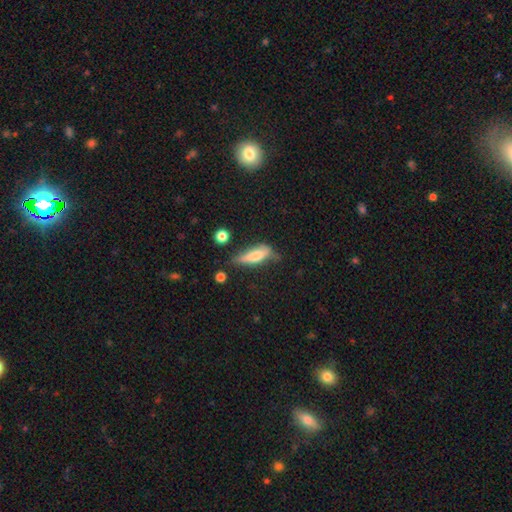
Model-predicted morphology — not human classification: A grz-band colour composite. It shows a smooth galaxy with no disk features (63%) that is cigar-shaped (52%). Merging: none (46%).